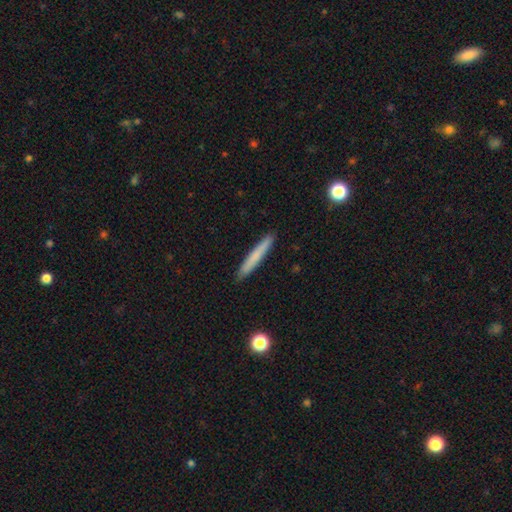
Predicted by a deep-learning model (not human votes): Smooth or featured: smooth — 72% (featured or disk — 22%)
How rounded: cigar-shaped — 96% (in between — 3%)
Merging: none — 91% (minor disturbance — 6%)